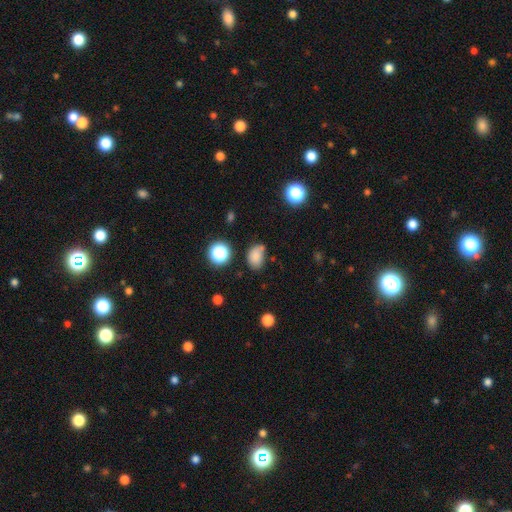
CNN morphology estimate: smooth 79%, star or artifact 14%, featured or disk 7%. Down the decision tree: how rounded — in between (78%); merging — none (56%).